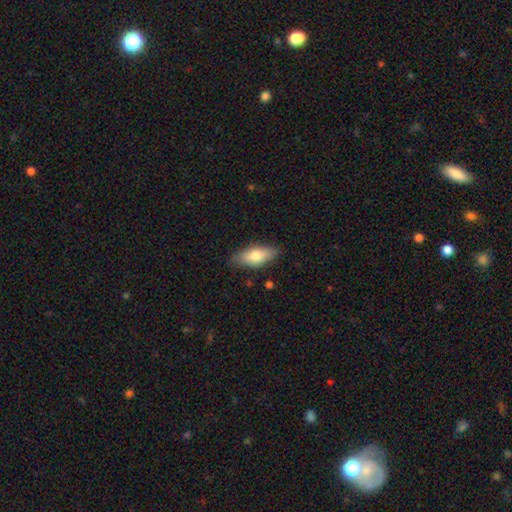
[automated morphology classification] Smooth or featured?
  - smooth: 74% *
  - featured or disk: 20%
  - star or artifact: 6%
How rounded?
  - in between: 81% *
  - cigar-shaped: 16%
  - round: 3%
Merging?
  - none: 81% *
  - minor disturbance: 15%
  - major disturbance: 3%
  - merger: 1%